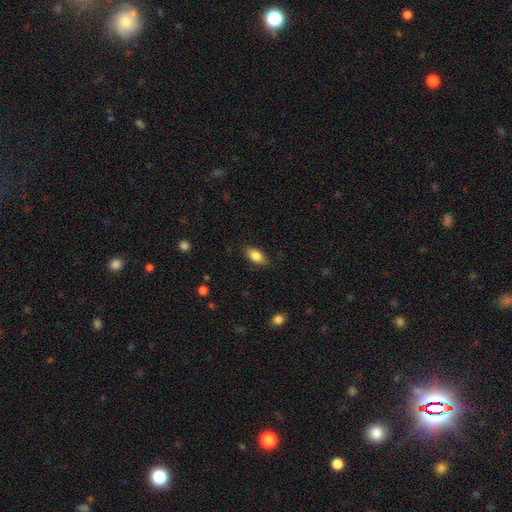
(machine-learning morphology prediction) Q: Smooth or featured?
A: smooth (84%); runner-up: featured or disk (9%)
Q: How rounded?
A: in between (89%); runner-up: cigar-shaped (6%)
Q: Merging?
A: none (85%); runner-up: minor disturbance (12%)